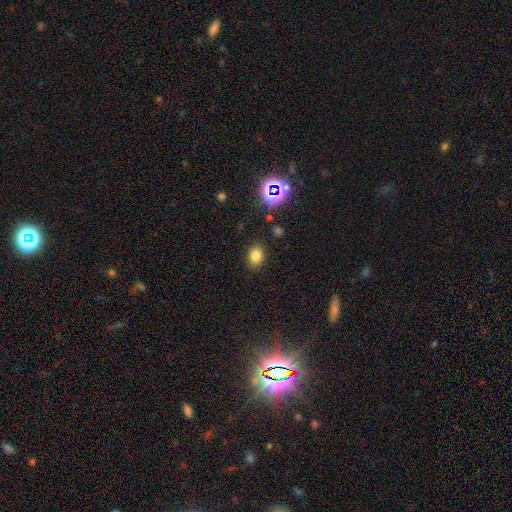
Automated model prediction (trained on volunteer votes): A smooth galaxy with no disk features (78%) that is in between round and cigar-shaped (71%). Merging: none (86%).